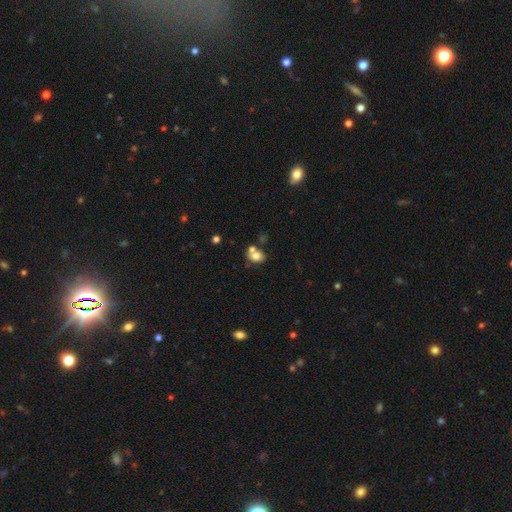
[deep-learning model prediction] smooth 72%, featured or disk 16%, star or artifact 12%. Down the decision tree: how rounded — round (51%); merging — none (42%).